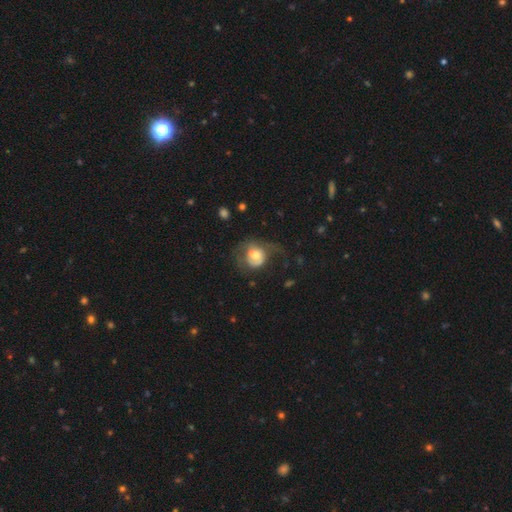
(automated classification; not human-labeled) smooth-or-featured: smooth: 52% | featured or disk: 40% | star or artifact: 8%
  how-rounded: round: 70% | in between: 29% | cigar-shaped: 1%
  merging: major disturbance: 42% | none: 33% | minor disturbance: 23% | merger: 3%